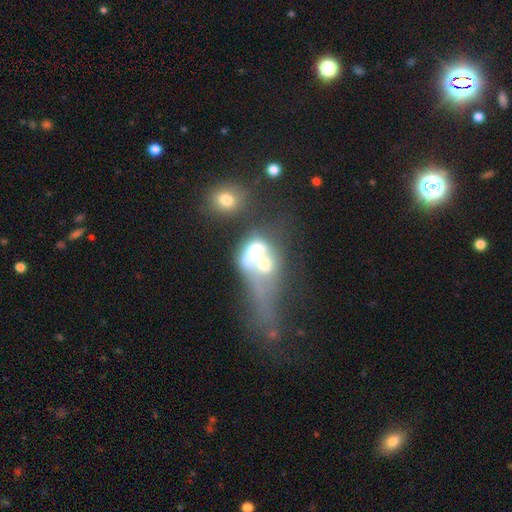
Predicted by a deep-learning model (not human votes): smooth 50%, featured or disk 36%, star or artifact 13%. Down the decision tree: how rounded — in between (62%); merging — merger (70%).